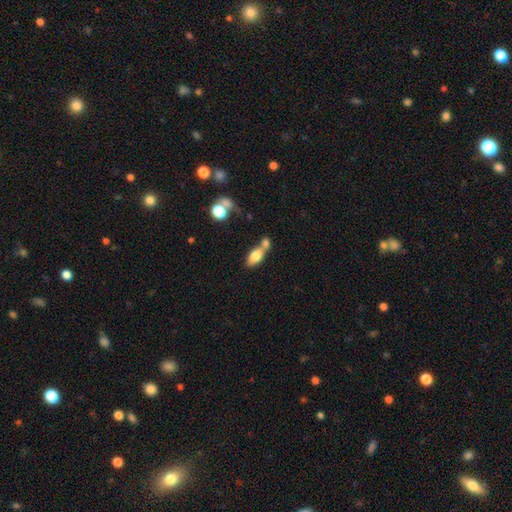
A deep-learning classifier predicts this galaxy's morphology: Q: Smooth or featured?
A: smooth (72%); runner-up: featured or disk (19%)
Q: How rounded?
A: in between (85%); runner-up: cigar-shaped (8%)
Q: Merging?
A: merger (43%); runner-up: none (39%)